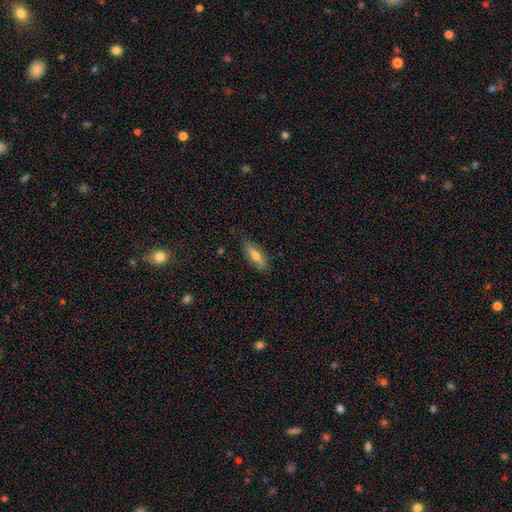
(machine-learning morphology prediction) Smooth or featured? Predicted: smooth (p=0.66). How rounded? Predicted: in between (p=0.62). Merging? Predicted: none (p=0.78).